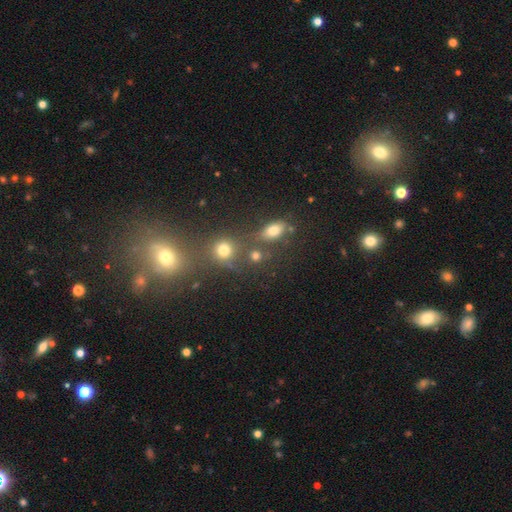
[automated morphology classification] Smooth or featured? smooth (72%)
How rounded? round (64%)
Merging? none (61%)